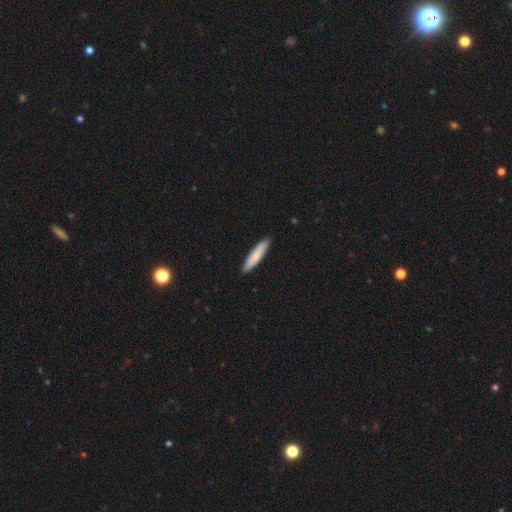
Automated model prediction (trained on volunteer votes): Smooth or featured: smooth — 75% (featured or disk — 20%)
How rounded: cigar-shaped — 85% (in between — 13%)
Merging: none — 90% (minor disturbance — 8%)